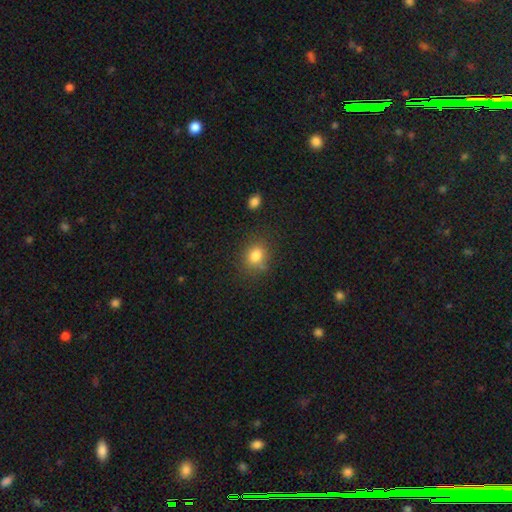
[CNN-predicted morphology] A smooth galaxy with no disk features (82%) that is in between round and cigar-shaped (52%). Merging: none (74%).